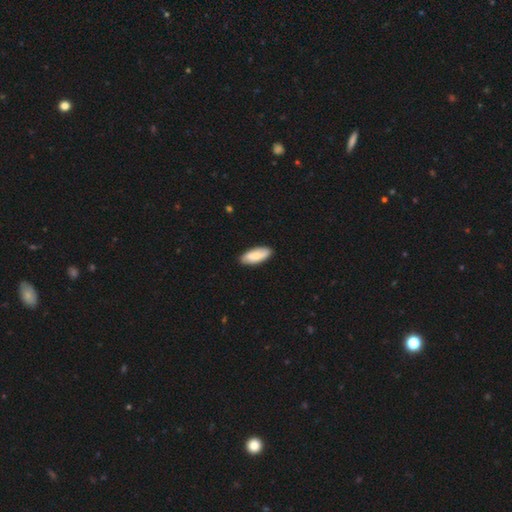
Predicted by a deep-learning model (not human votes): Smooth or featured: smooth — 72% (featured or disk — 23%)
How rounded: in between — 82% (cigar-shaped — 16%)
Merging: none — 87% (minor disturbance — 10%)